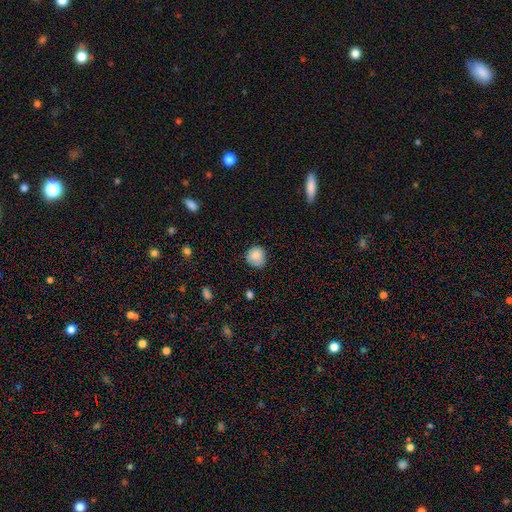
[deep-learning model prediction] A smooth galaxy with no disk features (82%) that is round (86%). Merging: none (73%).